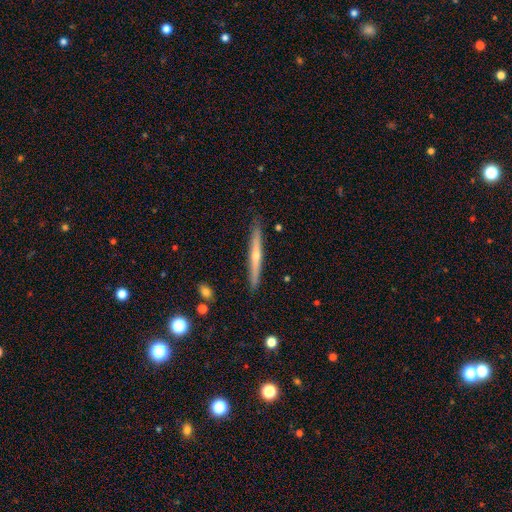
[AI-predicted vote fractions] Smooth or featured?
  - featured or disk: 65% *
  - smooth: 29%
  - star or artifact: 6%
Edge-on disk?
  - yes: 97% *
  - no: 3%
Edge-on bulge?
  - rounded: 75% *
  - none: 23%
  - boxy: 2%
Merging?
  - none: 90% *
  - minor disturbance: 8%
  - major disturbance: 1%
  - merger: 1%